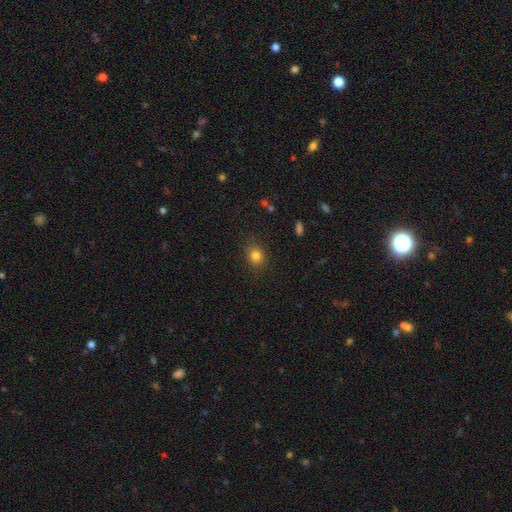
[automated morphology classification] type=smooth (82%); roundness=round (66%); merging=none (84%).